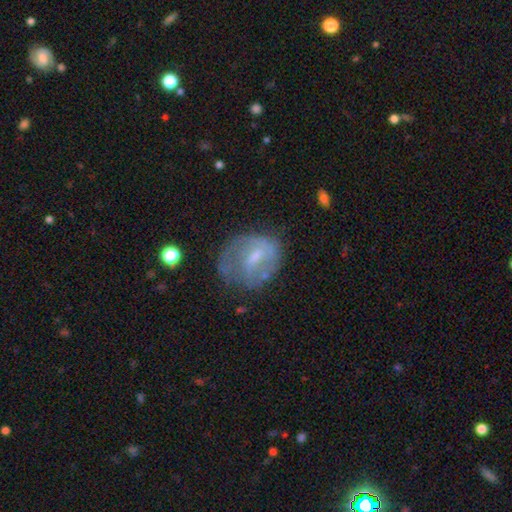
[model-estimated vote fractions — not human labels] smooth_or_featured: featured or disk (p=0.55) [alt: smooth p=0.36]
disk_edge_on: no (p=0.96) [alt: yes p=0.04]
bar: weak (p=0.52) [alt: no p=0.32]
has_spiral_arms: yes (p=0.53) [alt: no p=0.47]
bulge_size: small (p=0.45) [alt: moderate p=0.38]
merging: none (p=0.51) [alt: minor disturbance p=0.28]